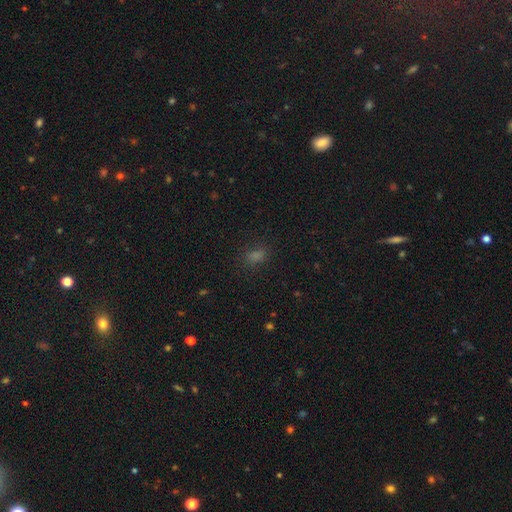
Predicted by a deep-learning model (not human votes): smooth_or_featured: smooth (p=0.68) [alt: star or artifact p=0.26]
how_rounded: in between (p=0.65) [alt: round p=0.32]
merging: none (p=0.84) [alt: minor disturbance p=0.11]